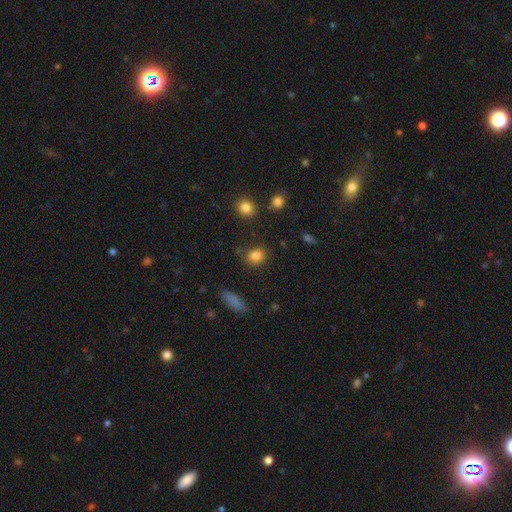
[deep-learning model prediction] Overall: smooth (84%). How rounded: round (65%; in between 33%). Merging: none (81%).